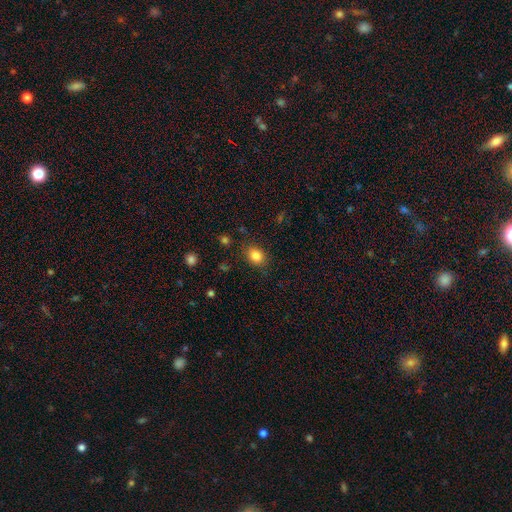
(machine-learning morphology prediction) smooth_or_featured: smooth (p=0.85) [alt: star or artifact p=0.10]
how_rounded: in between (p=0.55) [alt: round p=0.44]
merging: none (p=0.83) [alt: minor disturbance p=0.12]